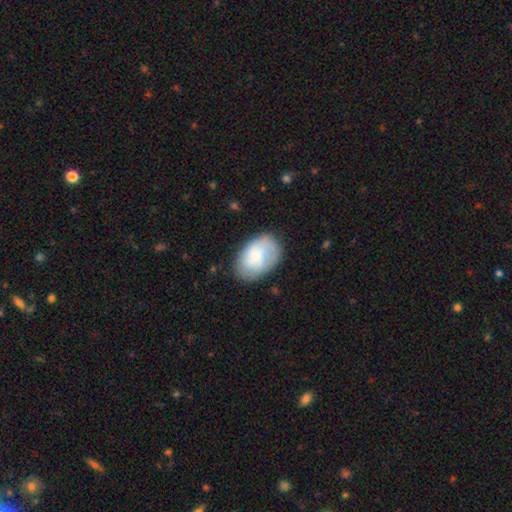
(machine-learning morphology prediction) A smooth galaxy with no disk features (62%) that is in between round and cigar-shaped (87%). Merging: none (72%).